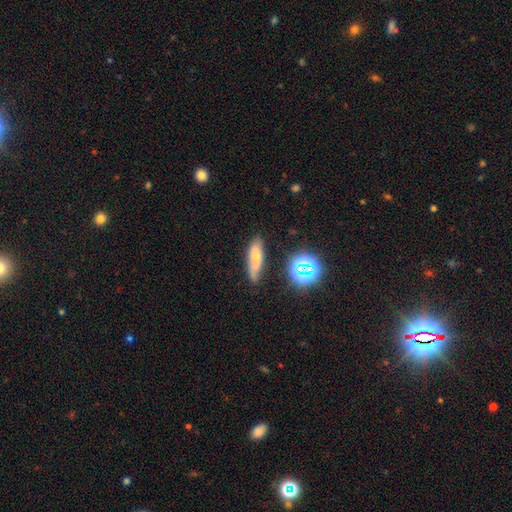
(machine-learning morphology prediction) type=smooth (59%); roundness=cigar-shaped (52%); merging=none (65%).